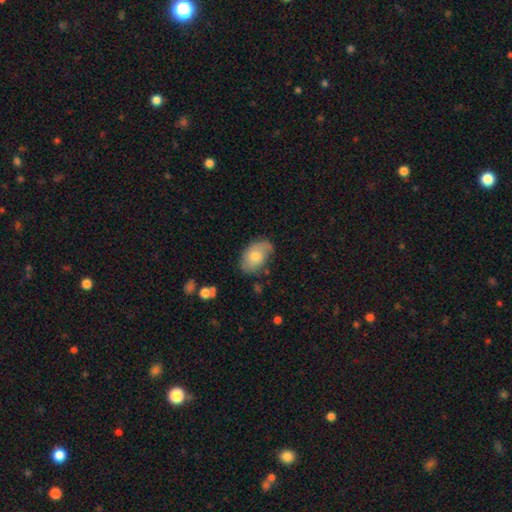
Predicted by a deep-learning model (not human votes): smooth-or-featured: smooth: 66% | featured or disk: 26% | star or artifact: 7%
  how-rounded: in between: 89% | round: 10% | cigar-shaped: 1%
  merging: none: 63% | minor disturbance: 27% | major disturbance: 7% | merger: 3%